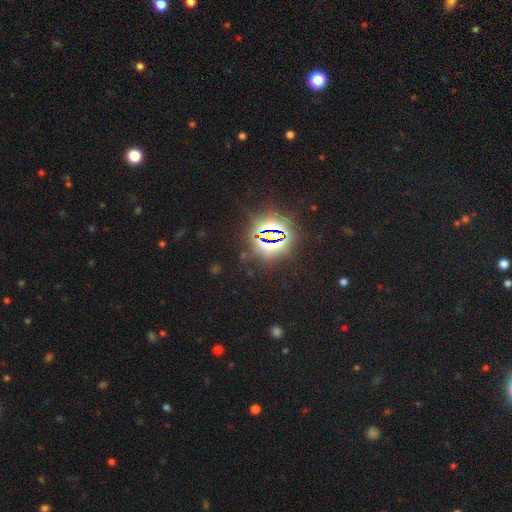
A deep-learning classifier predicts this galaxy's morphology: This appears to be a star or artifact, not a galaxy (83%).